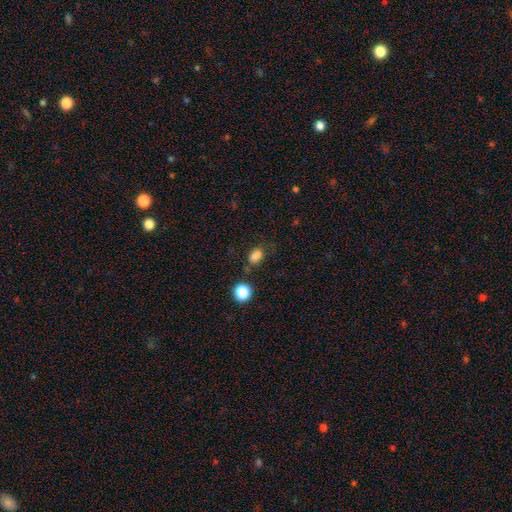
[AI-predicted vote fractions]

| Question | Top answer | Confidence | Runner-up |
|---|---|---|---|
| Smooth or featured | smooth | 82% | star or artifact (14%) |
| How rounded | in between | 75% | round (24%) |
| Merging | none | 69% | minor disturbance (19%) |